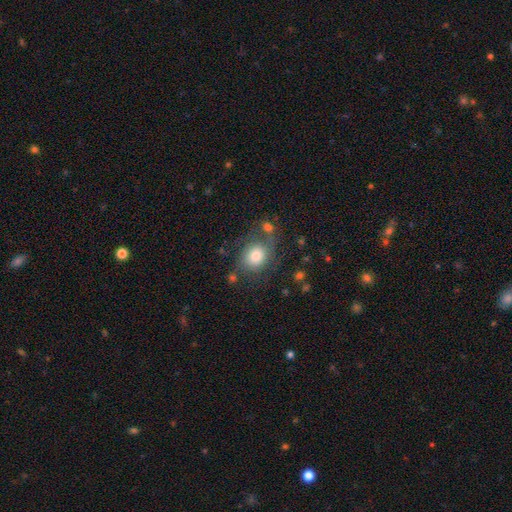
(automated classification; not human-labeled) Smooth or featured?
  - smooth: 72% *
  - featured or disk: 19%
  - star or artifact: 9%
How rounded?
  - round: 60% *
  - in between: 39%
  - cigar-shaped: 1%
Merging?
  - none: 58% *
  - minor disturbance: 21%
  - major disturbance: 12%
  - merger: 9%